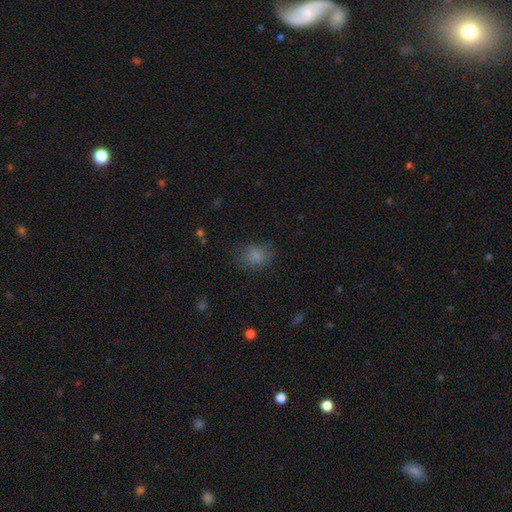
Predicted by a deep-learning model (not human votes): Smooth or featured? Predicted: smooth (p=0.82). How rounded? Predicted: in between (p=0.51). Merging? Predicted: none (p=0.75).